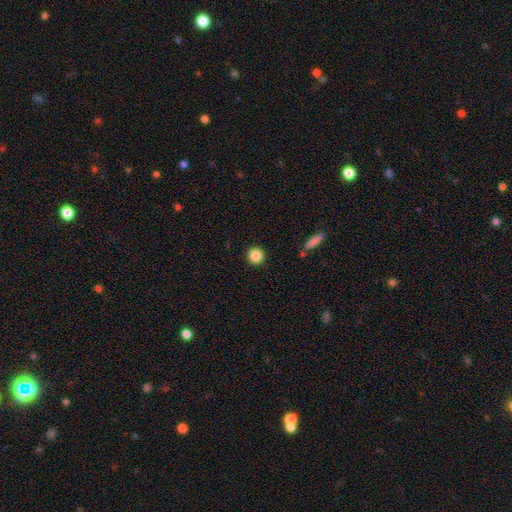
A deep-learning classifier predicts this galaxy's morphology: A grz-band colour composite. It shows a smooth galaxy with no disk features (86%) that is round (95%). Merging: none (92%).